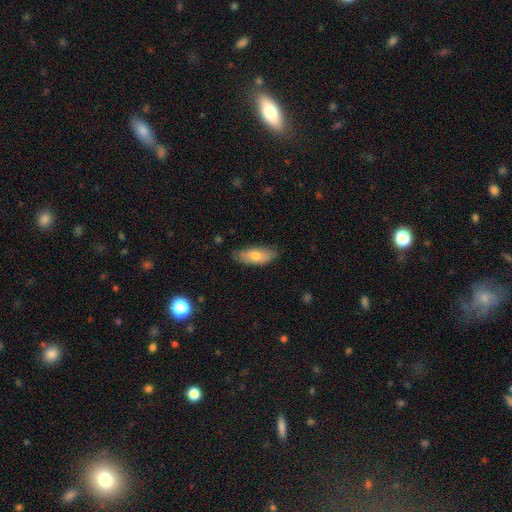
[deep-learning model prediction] A smooth galaxy with no disk features (69%) that is in between round and cigar-shaped (76%).

Vote fractions:
- Smooth or featured? smooth: 69% / featured or disk: 24% / star or artifact: 7%
- How rounded? in between: 76% / cigar-shaped: 21% / round: 2%
- Merging? none: 77% / minor disturbance: 18% / major disturbance: 3% / merger: 1%